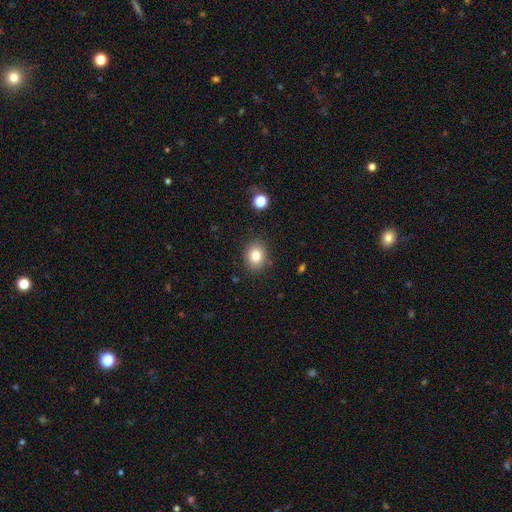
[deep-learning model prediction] smooth-or-featured: smooth: 81% | star or artifact: 10% | featured or disk: 8%
  how-rounded: round: 54% | in between: 45% | cigar-shaped: 1%
  merging: none: 86% | minor disturbance: 10% | major disturbance: 3% | merger: 2%